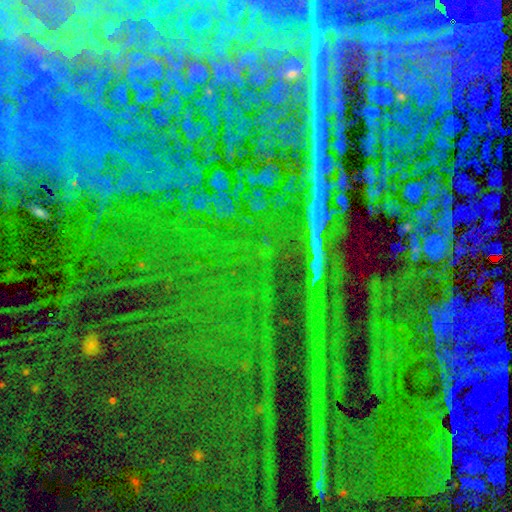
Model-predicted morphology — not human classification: A star or artifact, not a galaxy (86%).

Vote fractions:
- Smooth or featured? star or artifact: 86% / featured or disk: 7% / smooth: 7%